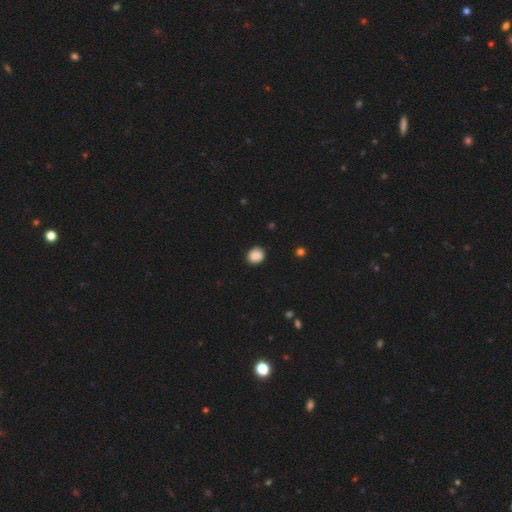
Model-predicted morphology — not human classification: smooth 88%, star or artifact 9%, featured or disk 3%. Down the decision tree: how rounded — round (76%); merging — none (86%).